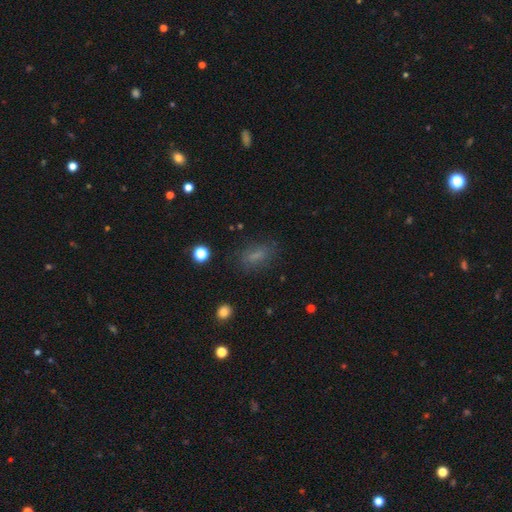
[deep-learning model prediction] Smooth or featured? Predicted: smooth (p=0.69). How rounded? Predicted: in between (p=0.70). Merging? Predicted: none (p=0.75).